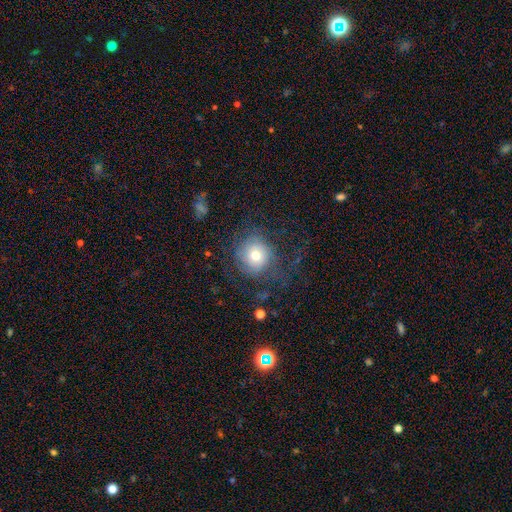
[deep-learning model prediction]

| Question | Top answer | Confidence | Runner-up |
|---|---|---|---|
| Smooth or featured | smooth | 62% | featured or disk (25%) |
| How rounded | round | 89% | in between (10%) |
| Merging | none | 64% | major disturbance (20%) |